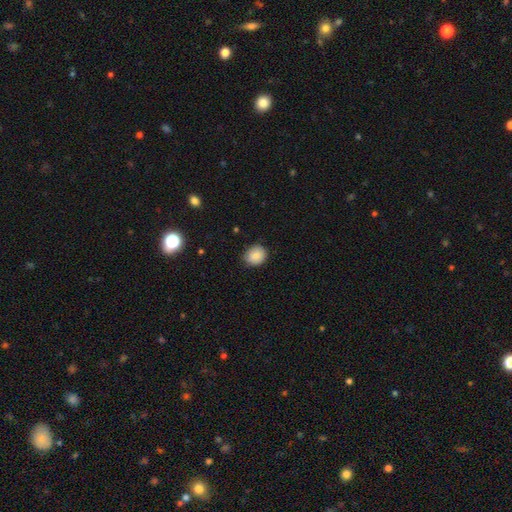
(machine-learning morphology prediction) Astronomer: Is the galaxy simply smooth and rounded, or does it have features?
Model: smooth — 87%.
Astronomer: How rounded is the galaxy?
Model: round — 70%.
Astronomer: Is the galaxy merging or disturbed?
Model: none — 83%.